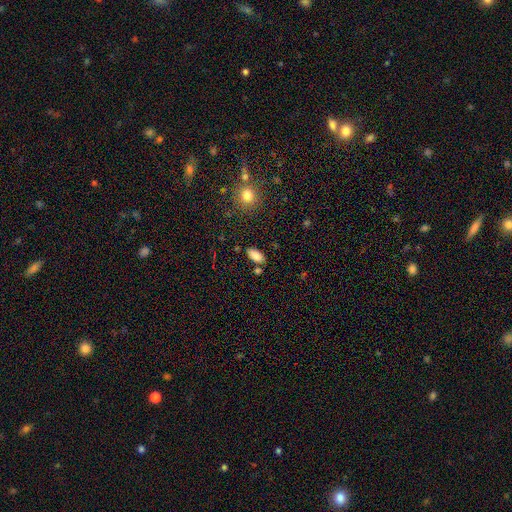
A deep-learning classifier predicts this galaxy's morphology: The model was most divided on "merging": none: 78%, minor disturbance: 12%, merger: 7%, major disturbance: 3%. More confident: how rounded — in between (91%); smooth or featured — smooth (86%).